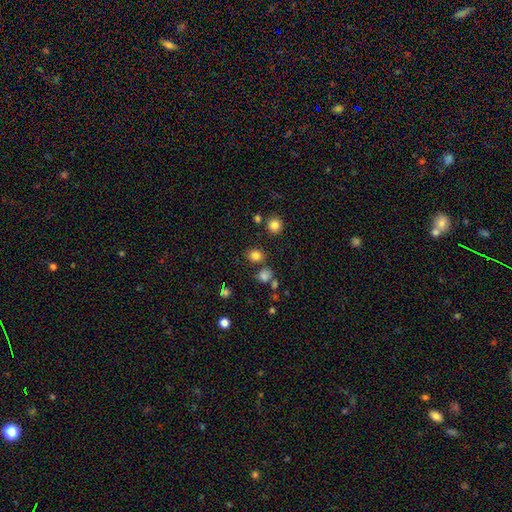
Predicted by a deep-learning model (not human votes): smooth_or_featured: smooth (p=0.80) [alt: star or artifact p=0.14]
how_rounded: round (p=0.67) [alt: in between p=0.32]
merging: none (p=0.78) [alt: minor disturbance p=0.10]